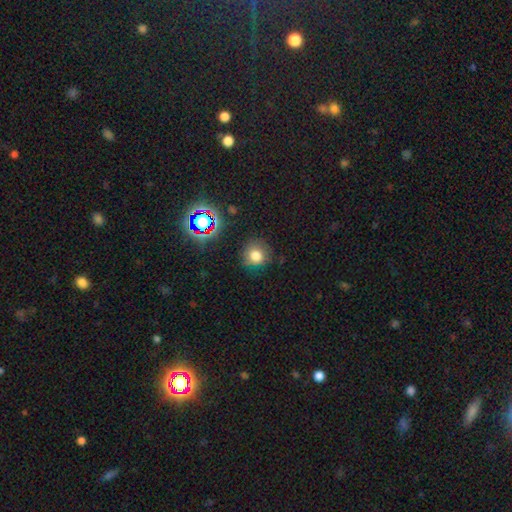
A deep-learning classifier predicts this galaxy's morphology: Smooth or featured? smooth (74%)
How rounded? round (87%)
Merging? none (77%)